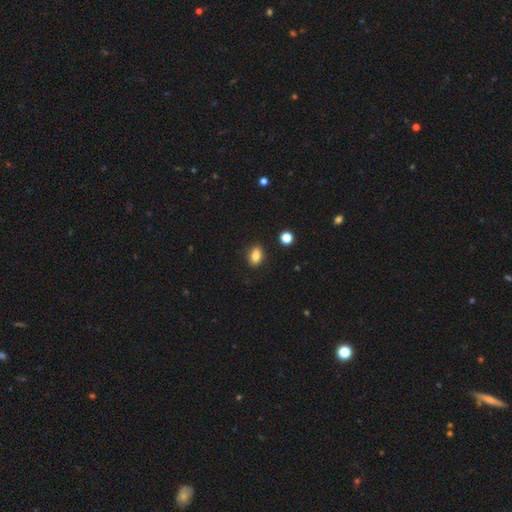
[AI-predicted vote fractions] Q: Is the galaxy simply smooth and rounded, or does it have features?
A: smooth — 85%.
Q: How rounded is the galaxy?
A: in between — 82%.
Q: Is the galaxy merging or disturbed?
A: none — 87%.